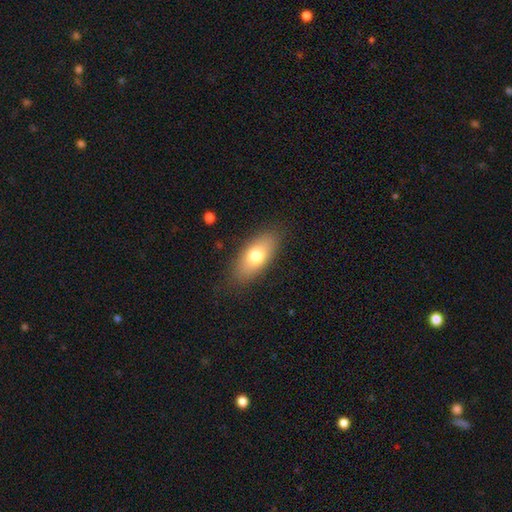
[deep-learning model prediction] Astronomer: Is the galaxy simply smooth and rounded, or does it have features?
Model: smooth — 73%.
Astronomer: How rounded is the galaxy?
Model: in between — 85%.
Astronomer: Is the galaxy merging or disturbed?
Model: none — 84%.